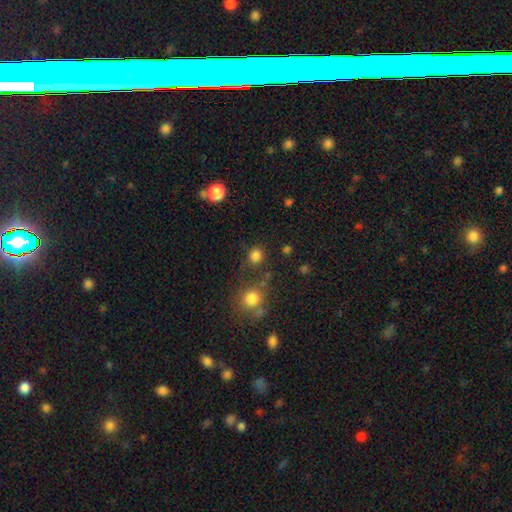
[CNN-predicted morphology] A smooth galaxy with no disk features (81%) that is round (78%).

Vote fractions:
- Smooth or featured? smooth: 81% / star or artifact: 15% / featured or disk: 5%
- How rounded? round: 78% / in between: 21% / cigar-shaped: 1%
- Merging? none: 76% / minor disturbance: 11% / merger: 8% / major disturbance: 5%